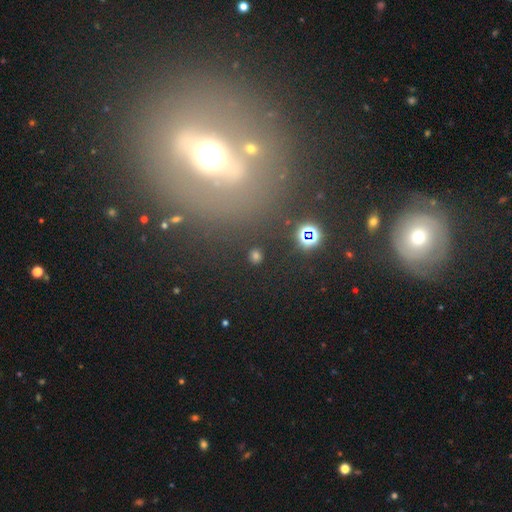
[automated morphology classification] type=smooth (58%); roundness=round (77%); merging=none (88%).